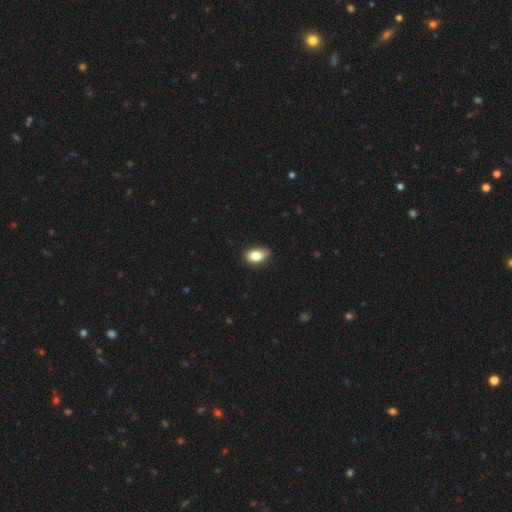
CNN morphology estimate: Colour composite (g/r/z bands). It shows a smooth galaxy with no disk features (82%) that is in between round and cigar-shaped (86%). Merging: none (77%).